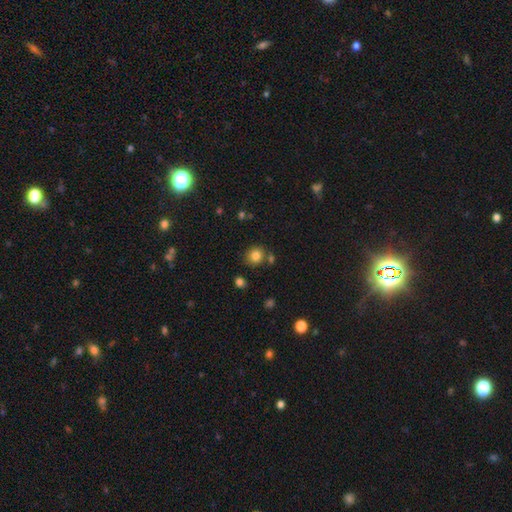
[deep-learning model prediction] Morphology: type=smooth (81%); roundness=round (79%); merging=none (75%).